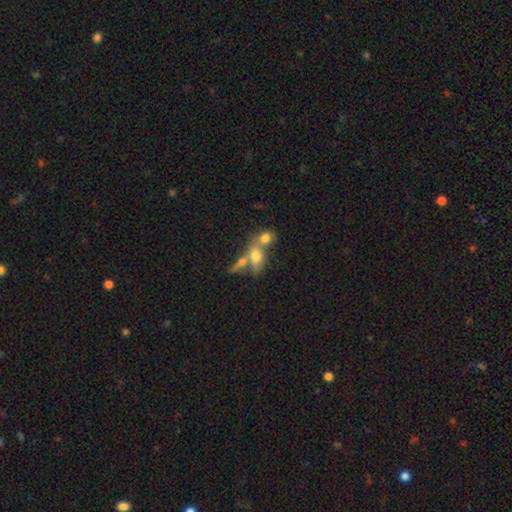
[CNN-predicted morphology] This is likely a smooth galaxy (61%). How rounded: likely in between (64%). Merging: likely merger (60%).